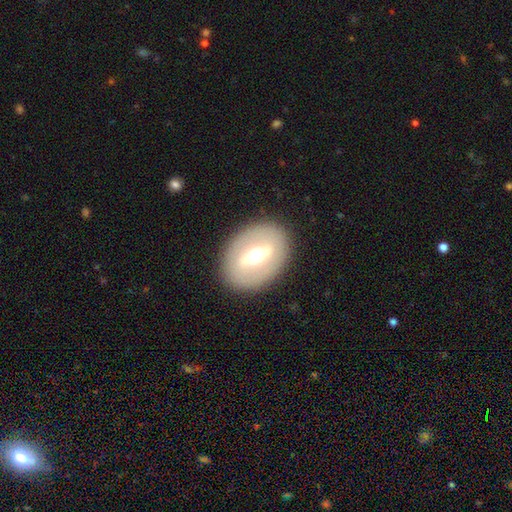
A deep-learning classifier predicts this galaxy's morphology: This appears to be a featured or disk galaxy (61%) with a strong bar (54%), no spiral arms (81%) and a moderate central bulge (66%). Merging: none (86%).